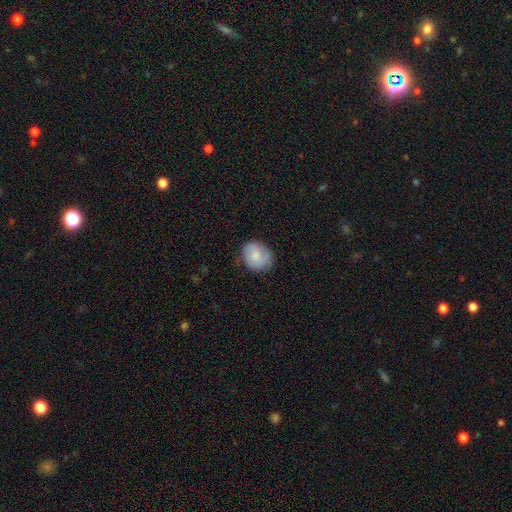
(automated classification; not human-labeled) smooth_or_featured: smooth (p=0.74) [alt: featured or disk p=0.19]
how_rounded: round (p=0.71) [alt: in between p=0.28]
merging: none (p=0.75) [alt: minor disturbance p=0.19]